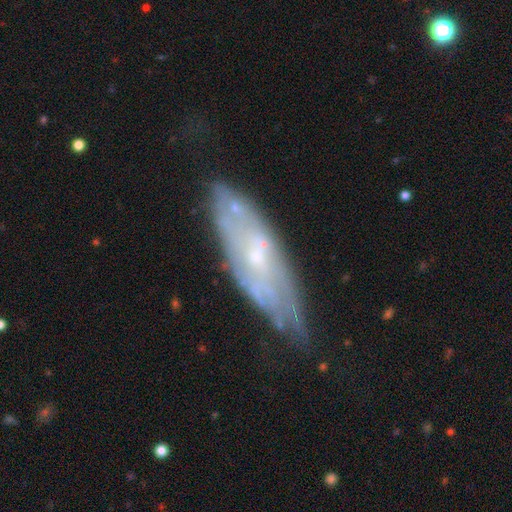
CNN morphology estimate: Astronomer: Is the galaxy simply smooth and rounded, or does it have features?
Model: featured or disk — 69%.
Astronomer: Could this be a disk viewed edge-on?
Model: no — 74%.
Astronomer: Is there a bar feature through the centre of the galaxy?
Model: no — 66%.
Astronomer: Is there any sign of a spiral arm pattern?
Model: yes — 63%.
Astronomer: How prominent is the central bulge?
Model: small — 70%.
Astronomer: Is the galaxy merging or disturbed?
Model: none — 62%.